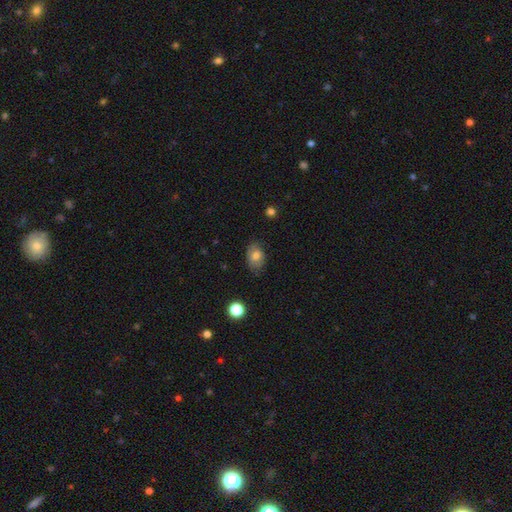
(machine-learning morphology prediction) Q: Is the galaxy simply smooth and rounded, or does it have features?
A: smooth — 74%.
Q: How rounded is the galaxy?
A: in between — 84%.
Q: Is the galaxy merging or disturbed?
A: none — 74%.